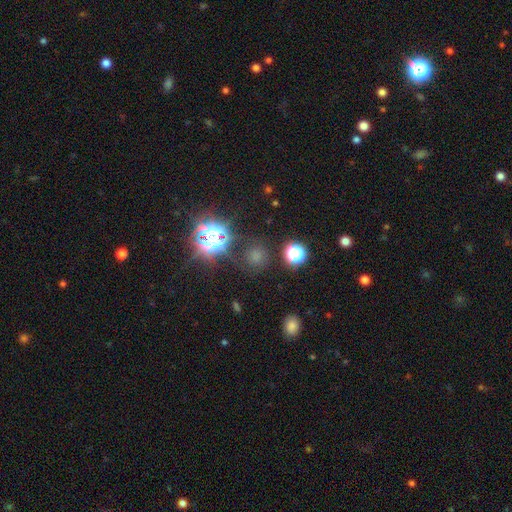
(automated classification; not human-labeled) Q: Smooth or featured?
A: smooth (56%); runner-up: star or artifact (37%)
Q: How rounded?
A: round (90%); runner-up: in between (8%)
Q: Merging?
A: none (80%); runner-up: minor disturbance (11%)